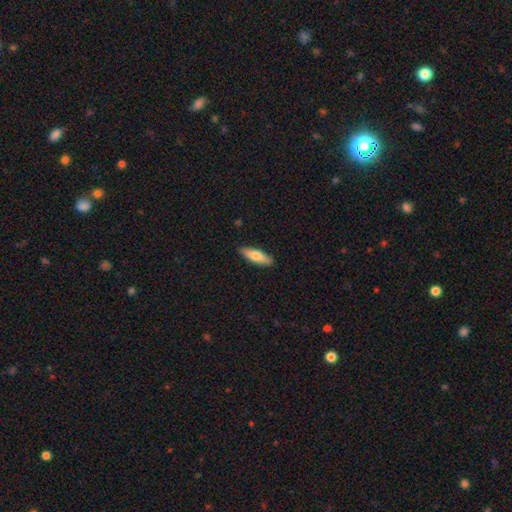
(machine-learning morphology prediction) A smooth galaxy with no disk features (73%) that is cigar-shaped (50%). Merging: none (88%).